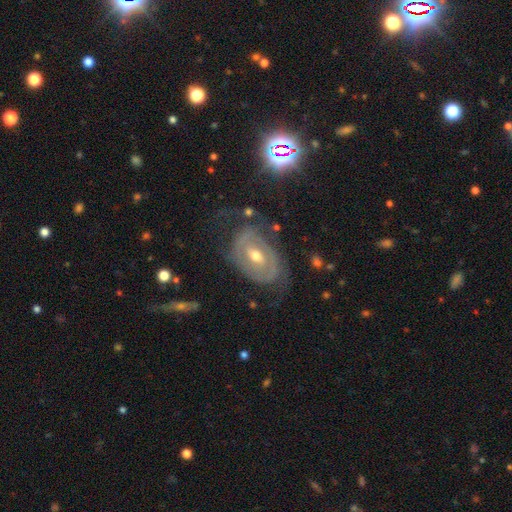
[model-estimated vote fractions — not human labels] A featured or disk galaxy (78%) with a weak bar (42%), 2 (52%) tight (60%) spiral arms (82%) and a moderate central bulge (62%). Merging: none (62%).